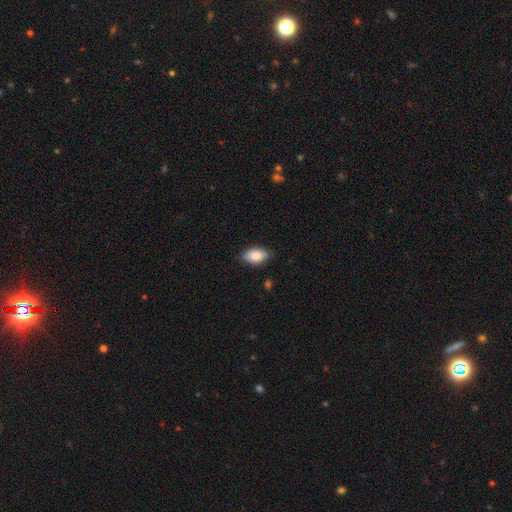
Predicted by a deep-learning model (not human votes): smooth_or_featured: smooth (p=0.86) [alt: featured or disk p=0.07]
how_rounded: in between (p=0.93) [alt: round p=0.05]
merging: none (p=0.83) [alt: minor disturbance p=0.14]